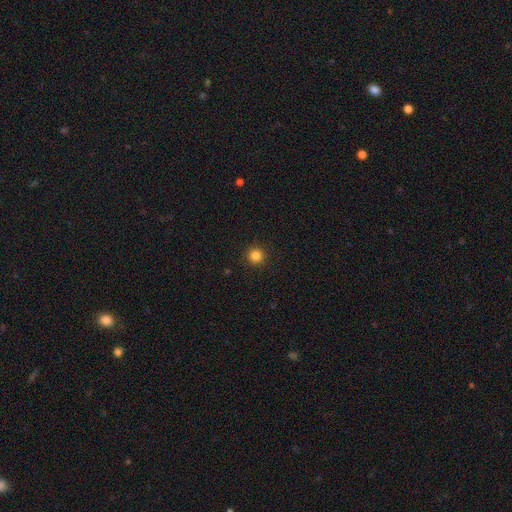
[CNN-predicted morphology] A smooth galaxy with no disk features (84%) that is round (96%).

Vote fractions:
- Smooth or featured? smooth: 84% / star or artifact: 12% / featured or disk: 4%
- How rounded? round: 96% / in between: 3% / cigar-shaped: 1%
- Merging? none: 93% / minor disturbance: 5% / major disturbance: 2% / merger: 1%